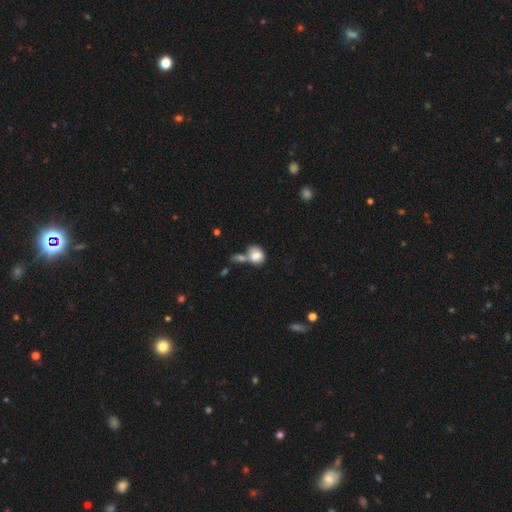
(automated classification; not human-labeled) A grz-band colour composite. It shows a smooth galaxy with no disk features (78%) that is round (52%). Merging: merger (45%).